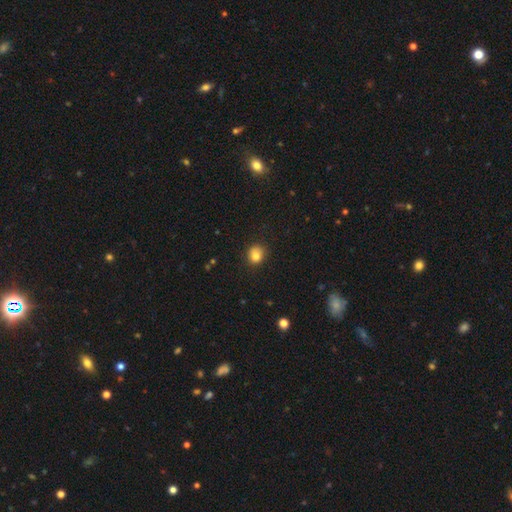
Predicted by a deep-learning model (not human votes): smooth-or-featured: smooth: 82% | star or artifact: 11% | featured or disk: 6%
  how-rounded: round: 76% | in between: 23% | cigar-shaped: 1%
  merging: none: 80% | minor disturbance: 15% | major disturbance: 3% | merger: 1%